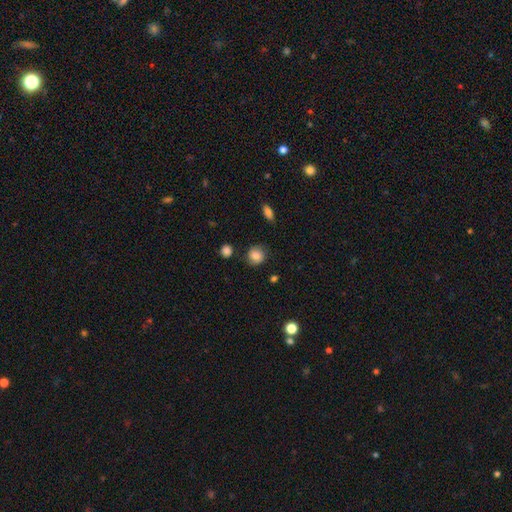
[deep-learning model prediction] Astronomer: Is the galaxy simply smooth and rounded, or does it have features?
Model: smooth — 79%.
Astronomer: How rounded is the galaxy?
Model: round — 87%.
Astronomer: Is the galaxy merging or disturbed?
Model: none — 83%.